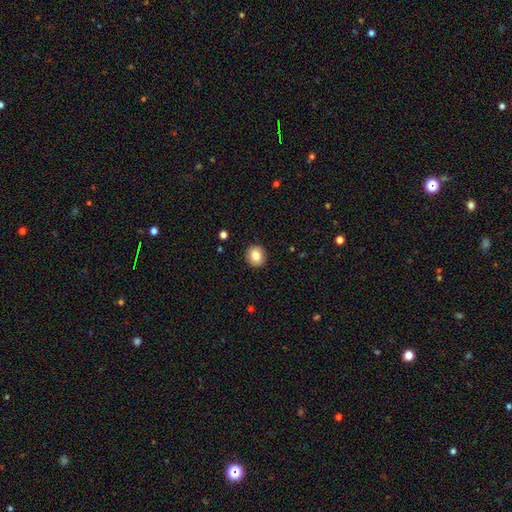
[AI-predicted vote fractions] The model was most divided on "how rounded": round: 84%, in between: 15%, cigar-shaped: 1%. More confident: merging — none (92%); smooth or featured — smooth (84%).